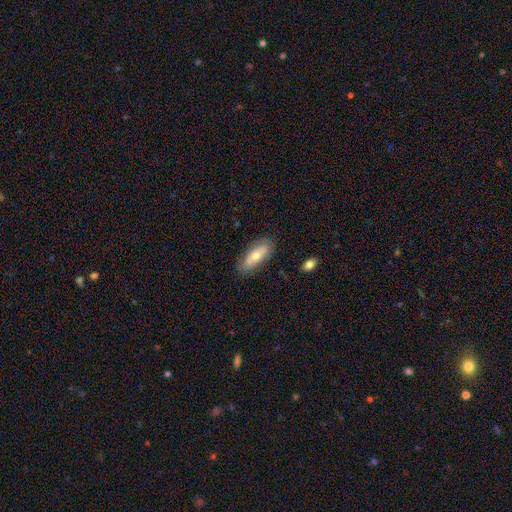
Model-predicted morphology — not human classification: smooth_or_featured: smooth (p=0.62) [alt: featured or disk p=0.31]
how_rounded: in between (p=0.67) [alt: cigar-shaped p=0.30]
merging: none (p=0.84) [alt: minor disturbance p=0.12]